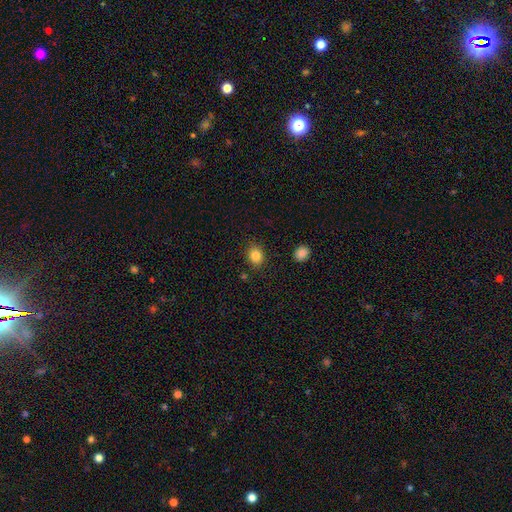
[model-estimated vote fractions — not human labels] Morphology: type=smooth (84%); roundness=round (58%); merging=none (86%).